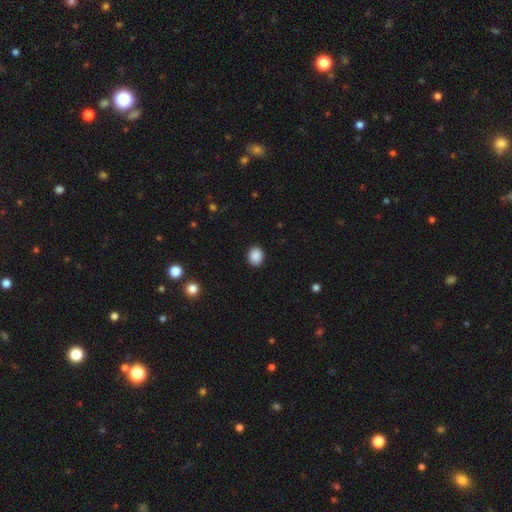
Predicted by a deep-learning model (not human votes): Smooth or featured?
  - smooth: 89% *
  - star or artifact: 9%
  - featured or disk: 2%
How rounded?
  - round: 70% *
  - in between: 30%
  - cigar-shaped: 1%
Merging?
  - none: 91% *
  - minor disturbance: 6%
  - major disturbance: 2%
  - merger: 1%